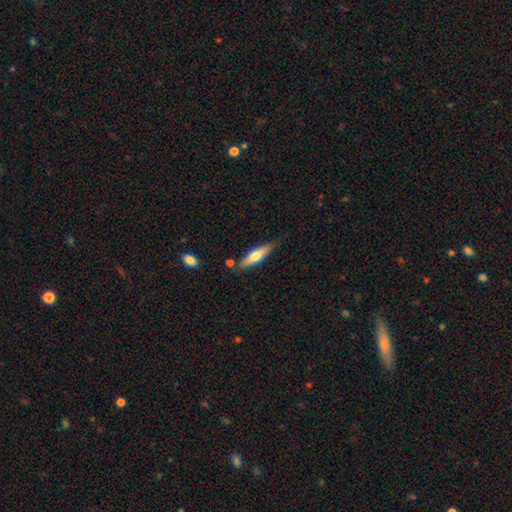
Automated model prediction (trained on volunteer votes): Smooth or featured? smooth (59%)
How rounded? cigar-shaped (71%)
Merging? none (78%)